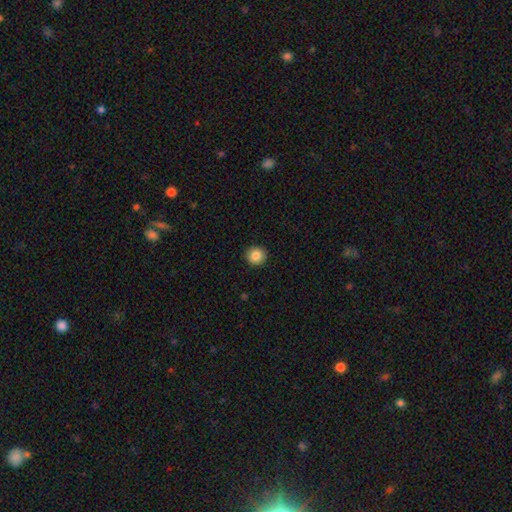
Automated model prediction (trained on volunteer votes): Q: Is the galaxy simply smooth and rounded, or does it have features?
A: smooth — 86%.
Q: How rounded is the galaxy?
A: round — 92%.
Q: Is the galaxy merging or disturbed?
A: none — 92%.